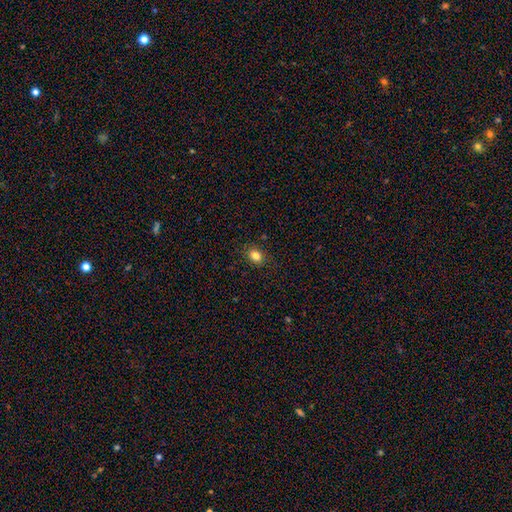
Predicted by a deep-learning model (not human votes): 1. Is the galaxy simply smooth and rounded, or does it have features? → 83% smooth, 11% star or artifact, 7% featured or disk.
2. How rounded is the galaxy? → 60% in between, 39% round, 1% cigar-shaped.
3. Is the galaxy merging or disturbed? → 87% none, 9% minor disturbance, 2% major disturbance, 1% merger.